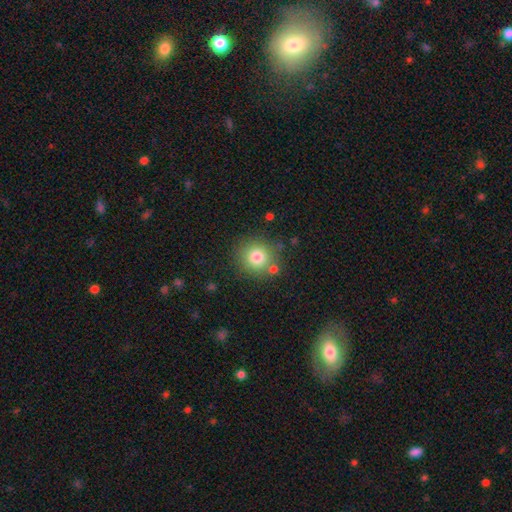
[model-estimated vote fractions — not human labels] Smooth or featured: smooth — 61% (star or artifact — 29%)
How rounded: round — 90% (in between — 9%)
Merging: none — 83% (minor disturbance — 8%)